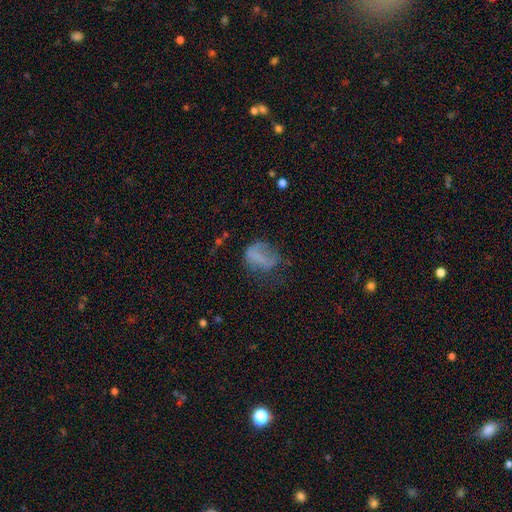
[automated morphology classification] smooth-or-featured: smooth: 57% | featured or disk: 28% | star or artifact: 15%
  how-rounded: in between: 69% | round: 27% | cigar-shaped: 4%
  merging: major disturbance: 38% | none: 33% | minor disturbance: 26% | merger: 4%